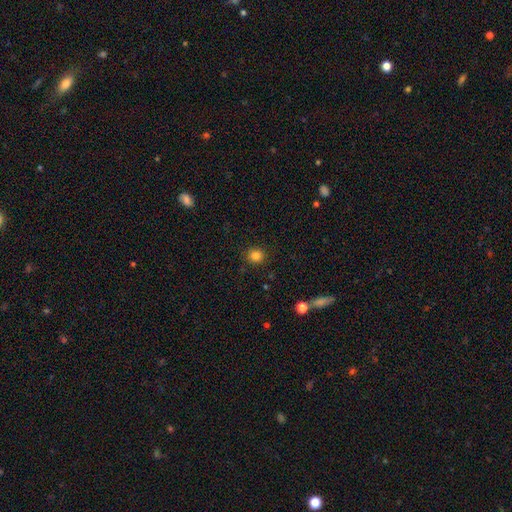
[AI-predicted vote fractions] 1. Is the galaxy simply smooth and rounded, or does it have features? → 82% smooth, 12% star or artifact, 5% featured or disk.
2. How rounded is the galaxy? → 89% round, 10% in between, 1% cigar-shaped.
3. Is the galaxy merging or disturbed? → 89% none, 7% minor disturbance, 2% major disturbance, 2% merger.